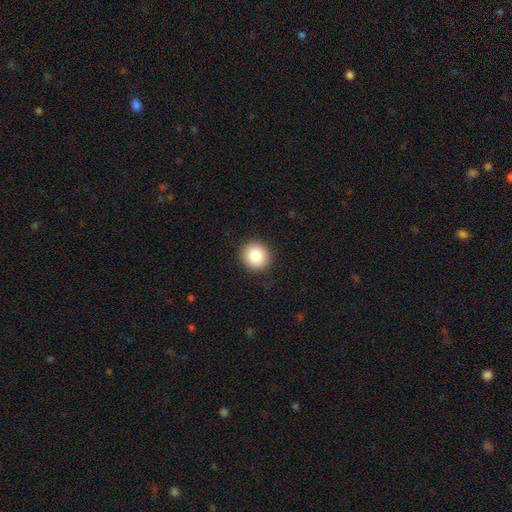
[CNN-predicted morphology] This appears to be a smooth galaxy with no disk features (84%) that is round (87%). Merging: none (90%).